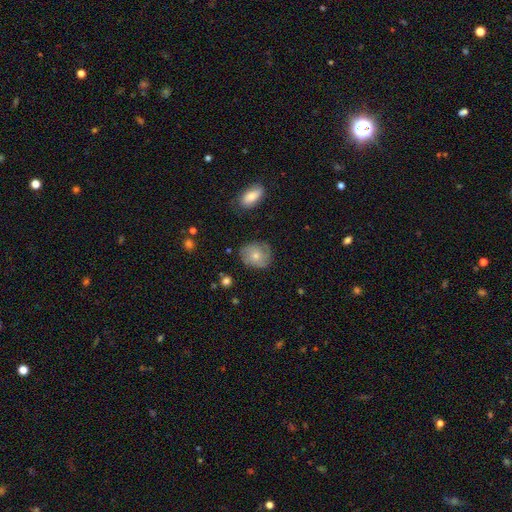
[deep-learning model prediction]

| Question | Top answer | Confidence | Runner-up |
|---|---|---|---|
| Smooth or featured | smooth | 54% | featured or disk (39%) |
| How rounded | round | 71% | in between (27%) |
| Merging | none | 74% | minor disturbance (19%) |